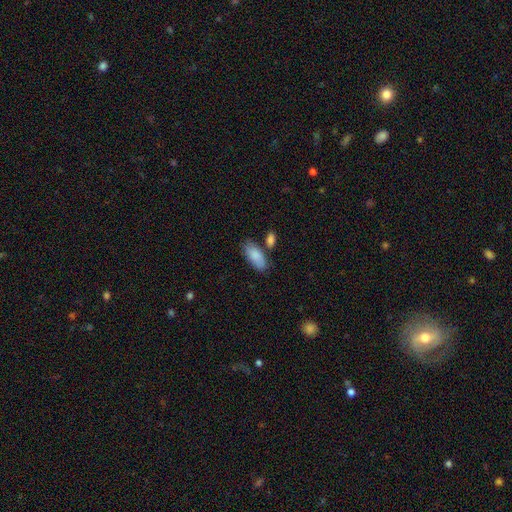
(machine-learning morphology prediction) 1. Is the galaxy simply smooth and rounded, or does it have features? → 86% smooth, 8% featured or disk, 6% star or artifact.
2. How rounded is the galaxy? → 88% in between, 10% cigar-shaped, 2% round.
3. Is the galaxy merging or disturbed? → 68% none, 16% minor disturbance, 12% merger, 4% major disturbance.